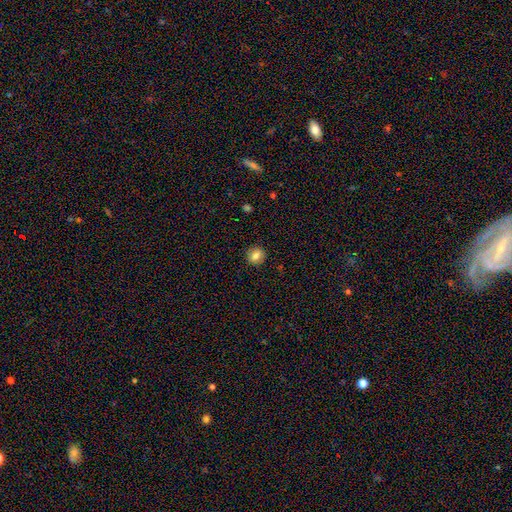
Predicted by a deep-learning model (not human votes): Q: Smooth or featured?
A: smooth (81%); runner-up: star or artifact (10%)
Q: How rounded?
A: round (74%); runner-up: in between (25%)
Q: Merging?
A: none (90%); runner-up: minor disturbance (7%)